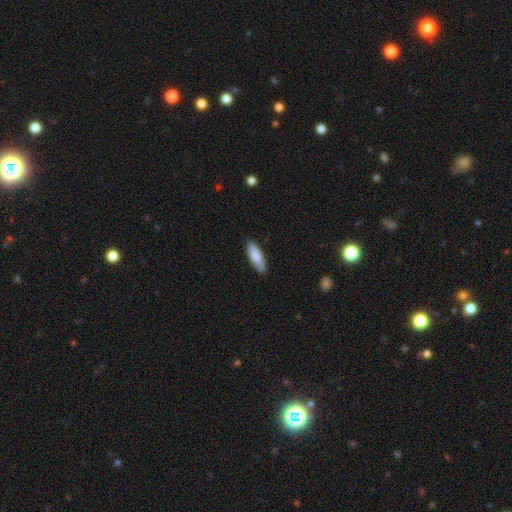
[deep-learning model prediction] Smooth or featured?
  - smooth: 87% *
  - featured or disk: 8%
  - star or artifact: 5%
How rounded?
  - in between: 52% *
  - cigar-shaped: 46%
  - round: 2%
Merging?
  - none: 87% *
  - minor disturbance: 10%
  - major disturbance: 2%
  - merger: 1%